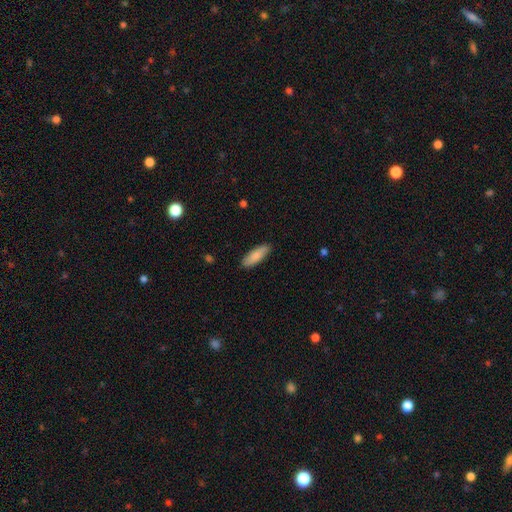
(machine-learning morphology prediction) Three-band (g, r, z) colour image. It shows a smooth galaxy with no disk features (86%) that is in between round and cigar-shaped (55%). Merging: none (88%).